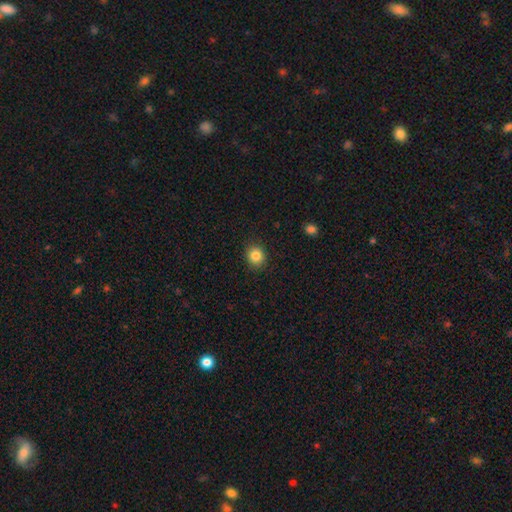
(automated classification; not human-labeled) This appears to be a smooth galaxy with no disk features (84%) that is round (77%). Merging: none (90%).